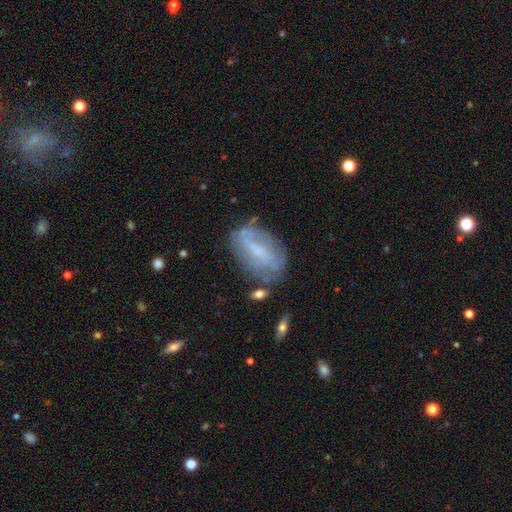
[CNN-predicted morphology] This appears to be a featured or disk galaxy (49%). Merging: none (64%).